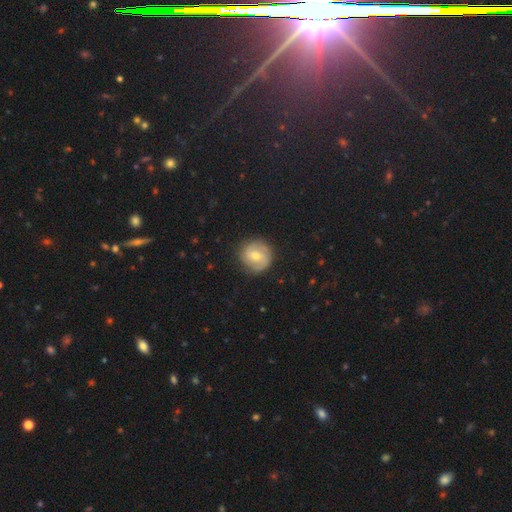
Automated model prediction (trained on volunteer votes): Smooth or featured? featured or disk (52%)
Edge-on disk? no (97%)
Bar? no (50%)
Spiral arms? yes (81%)
Bulge size? small (51%)
Merging? none (82%)